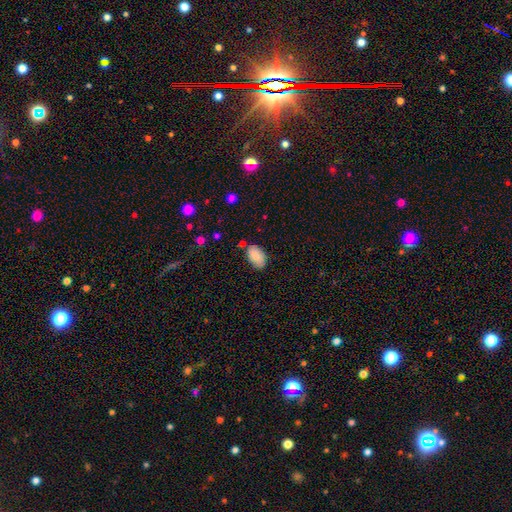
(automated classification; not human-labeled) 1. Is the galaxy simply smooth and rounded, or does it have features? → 86% smooth, 7% featured or disk, 7% star or artifact.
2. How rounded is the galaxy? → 93% in between, 6% round, 1% cigar-shaped.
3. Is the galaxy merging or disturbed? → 71% none, 20% minor disturbance, 5% merger, 4% major disturbance.